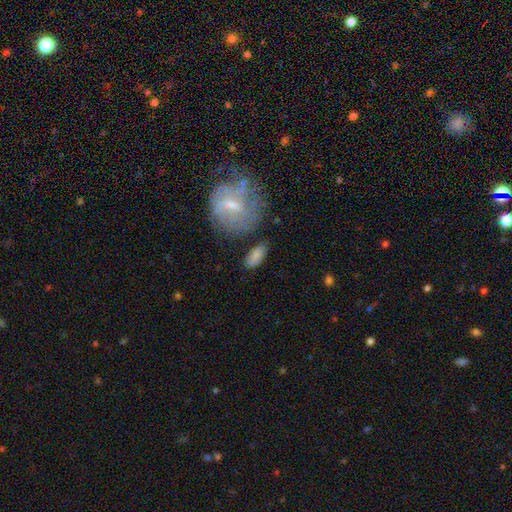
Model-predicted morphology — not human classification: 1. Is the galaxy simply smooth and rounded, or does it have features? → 81% smooth, 12% featured or disk, 7% star or artifact.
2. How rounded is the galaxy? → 85% in between, 11% cigar-shaped, 4% round.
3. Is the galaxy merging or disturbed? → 74% none, 15% minor disturbance, 5% major disturbance, 5% merger.